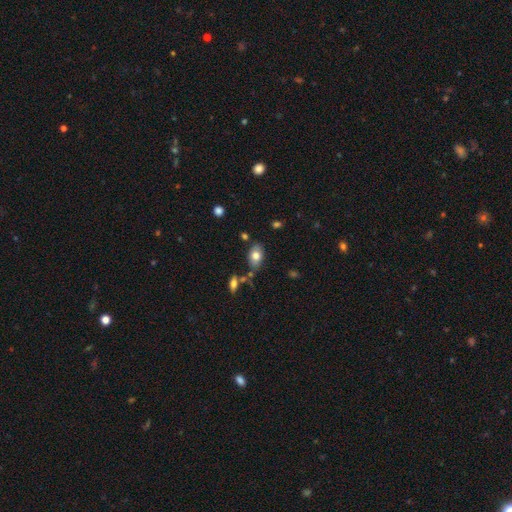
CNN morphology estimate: Smooth or featured: smooth — 76% (featured or disk — 15%)
How rounded: in between — 88% (round — 10%)
Merging: none — 72% (minor disturbance — 16%)